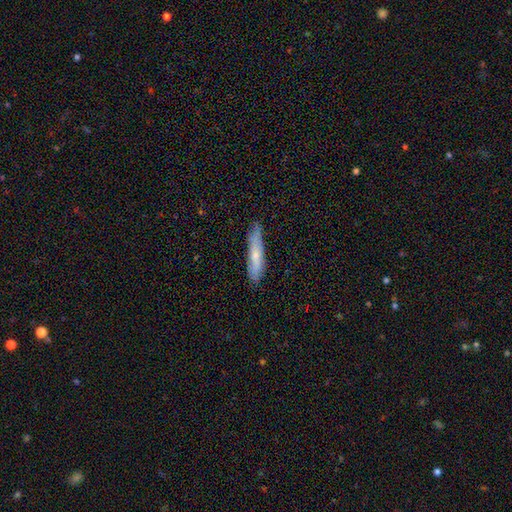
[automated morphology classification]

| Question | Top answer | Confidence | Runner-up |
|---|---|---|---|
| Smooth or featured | smooth | 64% | featured or disk (30%) |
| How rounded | cigar-shaped | 86% | in between (12%) |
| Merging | none | 77% | minor disturbance (18%) |